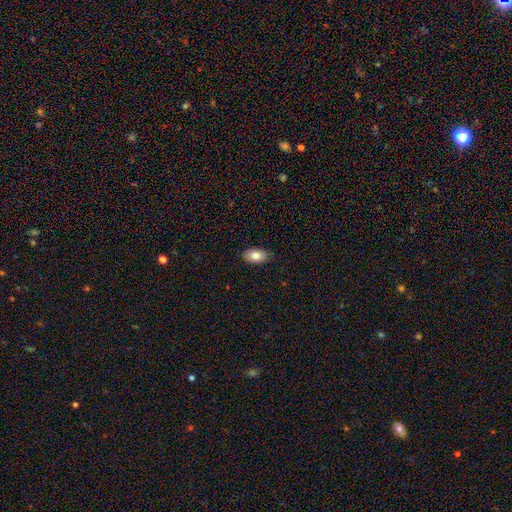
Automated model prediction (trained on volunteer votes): Morphology: type=smooth (81%); roundness=in between (93%); merging=none (86%).